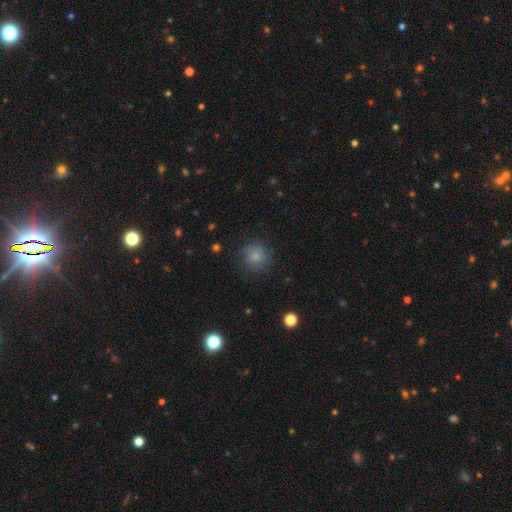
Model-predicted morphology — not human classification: Q: Smooth or featured?
A: smooth (74%); runner-up: featured or disk (16%)
Q: How rounded?
A: round (89%); runner-up: in between (10%)
Q: Merging?
A: none (72%); runner-up: minor disturbance (19%)